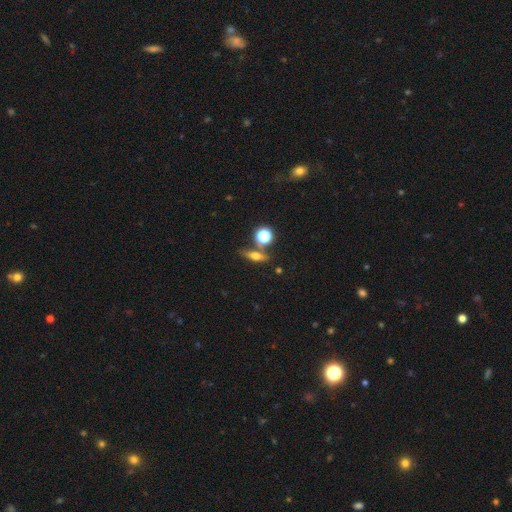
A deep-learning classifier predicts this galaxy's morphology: Smooth or featured? smooth (49%)
Merging? none (73%)